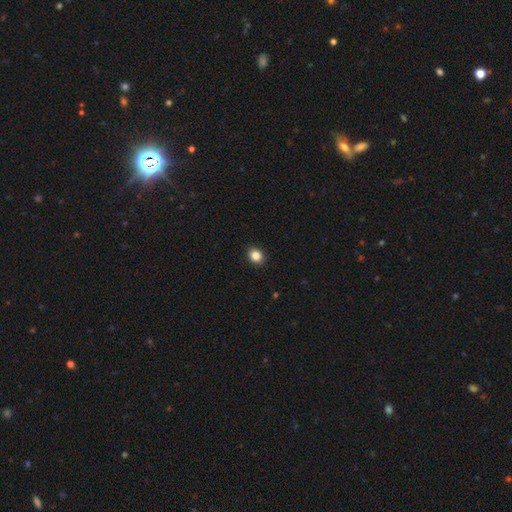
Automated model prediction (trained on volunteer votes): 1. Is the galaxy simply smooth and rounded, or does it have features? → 85% smooth, 10% star or artifact, 4% featured or disk.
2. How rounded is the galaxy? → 58% round, 41% in between, 1% cigar-shaped.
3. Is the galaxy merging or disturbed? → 92% none, 6% minor disturbance, 2% major disturbance, 1% merger.